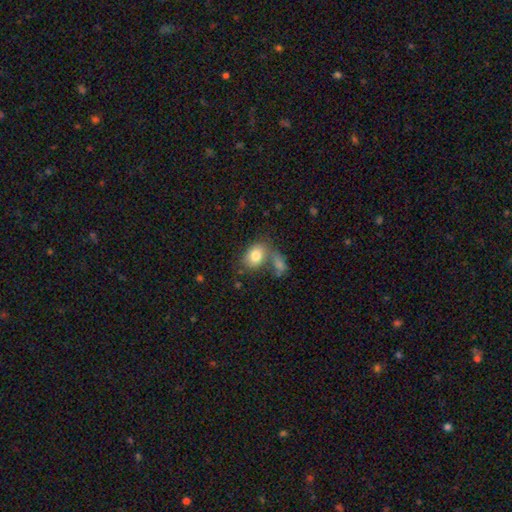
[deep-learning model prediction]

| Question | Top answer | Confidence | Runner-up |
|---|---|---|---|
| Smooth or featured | smooth | 80% | featured or disk (12%) |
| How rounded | in between | 73% | round (26%) |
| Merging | none | 44% | merger (34%) |